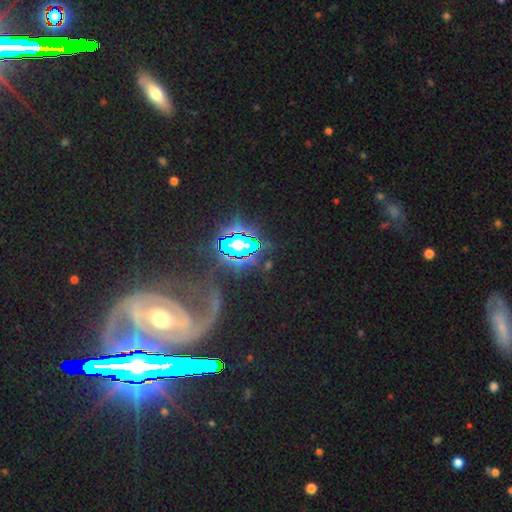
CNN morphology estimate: Smooth or featured? featured or disk (61%)
Edge-on disk? no (89%)
Bar? no (47%)
Spiral arms? yes (84%)
Bulge size? moderate (55%)
Merging? none (50%)